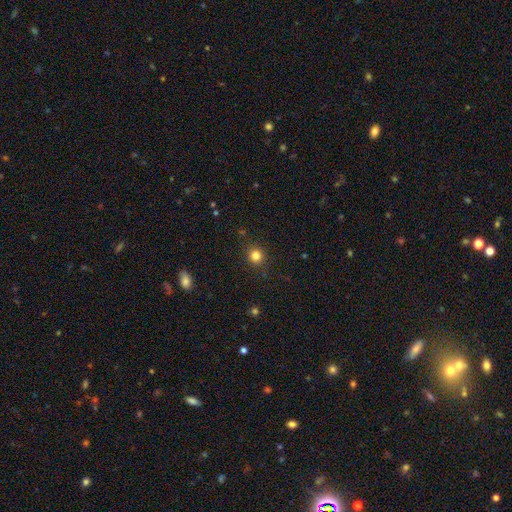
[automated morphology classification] The model was most divided on "smooth or featured": smooth: 82%, star or artifact: 13%, featured or disk: 5%. More confident: how rounded — round (90%); merging — none (89%).